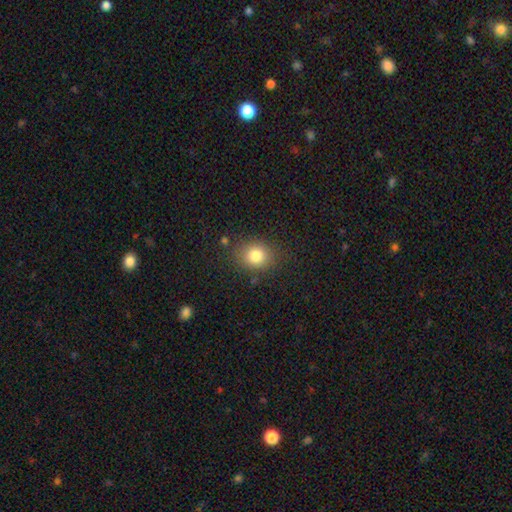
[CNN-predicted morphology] The model was most divided on "how rounded": round: 68%, in between: 31%, cigar-shaped: 1%. More confident: merging — none (83%); smooth or featured — smooth (81%).